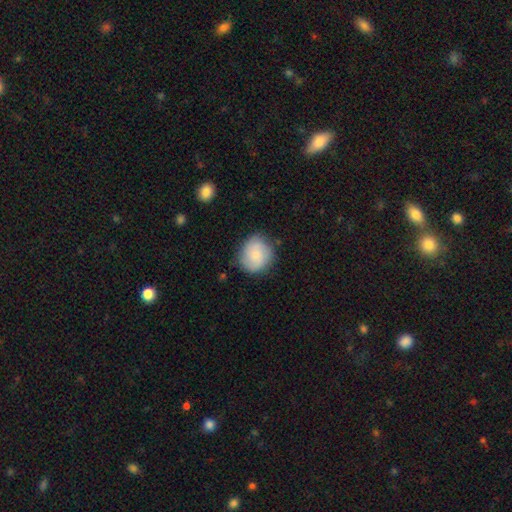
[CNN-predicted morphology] type=smooth (62%); roundness=round (82%); merging=none (77%).